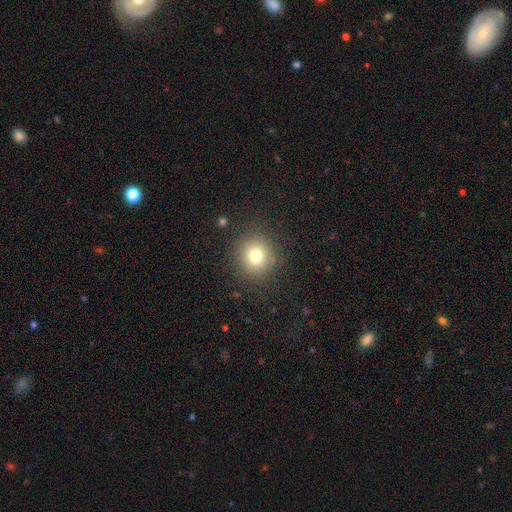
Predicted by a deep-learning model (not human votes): Smooth or featured? smooth (76%)
How rounded? round (91%)
Merging? none (88%)